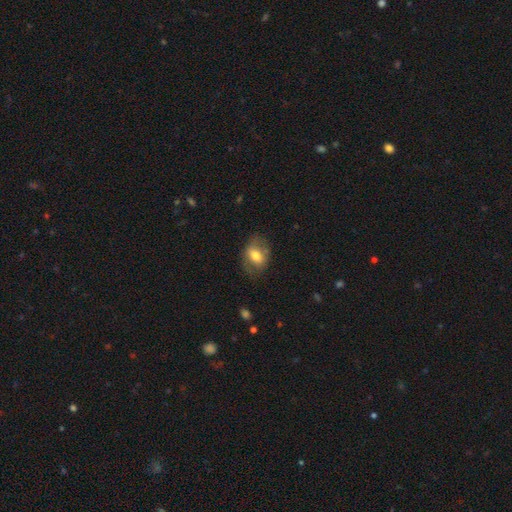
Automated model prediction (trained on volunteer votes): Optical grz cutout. It shows a smooth galaxy with no disk features (64%) that is in between round and cigar-shaped (73%). Merging: none (67%).